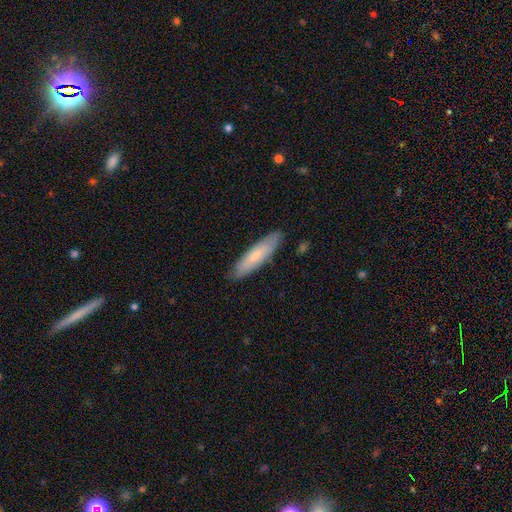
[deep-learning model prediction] Smooth or featured? smooth (70%)
How rounded? cigar-shaped (74%)
Merging? none (86%)